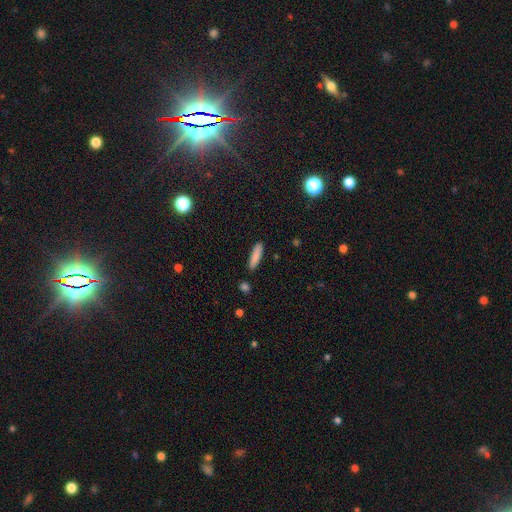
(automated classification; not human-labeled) Morphology: type=smooth (85%); roundness=cigar-shaped (80%); merging=none (88%).